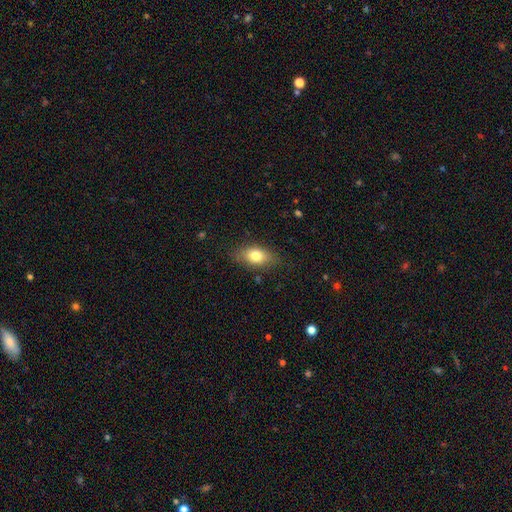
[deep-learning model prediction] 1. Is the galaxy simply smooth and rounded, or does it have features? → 77% smooth, 15% featured or disk, 8% star or artifact.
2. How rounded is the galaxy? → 83% in between, 10% round, 7% cigar-shaped.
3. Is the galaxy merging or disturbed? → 80% none, 15% minor disturbance, 4% major disturbance, 1% merger.